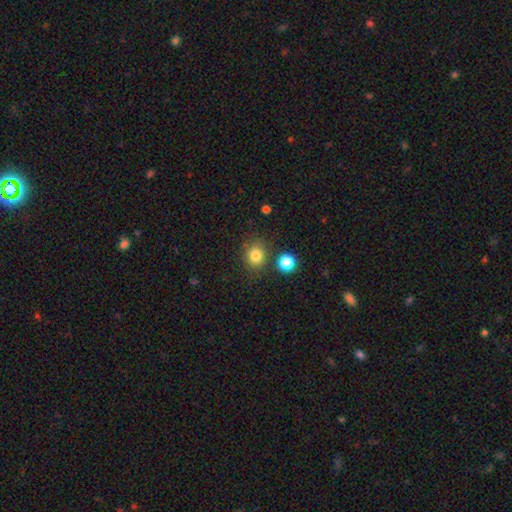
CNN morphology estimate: Smooth or featured: smooth — 82% (star or artifact — 12%)
How rounded: round — 79% (in between — 20%)
Merging: none — 78% (minor disturbance — 11%)